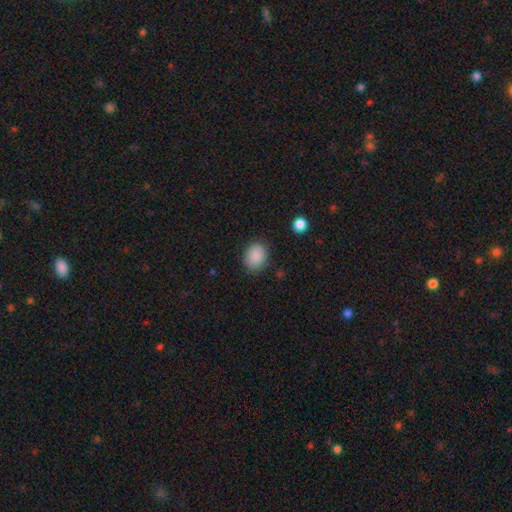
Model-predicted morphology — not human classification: The model was most divided on "how rounded": in between: 51%, round: 48%, cigar-shaped: 1%. More confident: smooth or featured — smooth (88%); merging — none (85%).